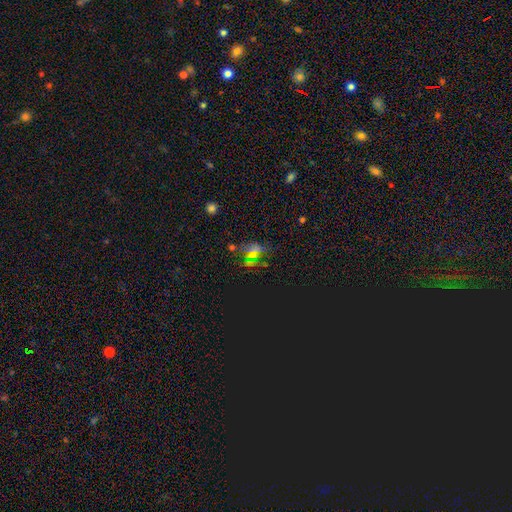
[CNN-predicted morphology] Overall: star or artifact (61%; smooth 27%).